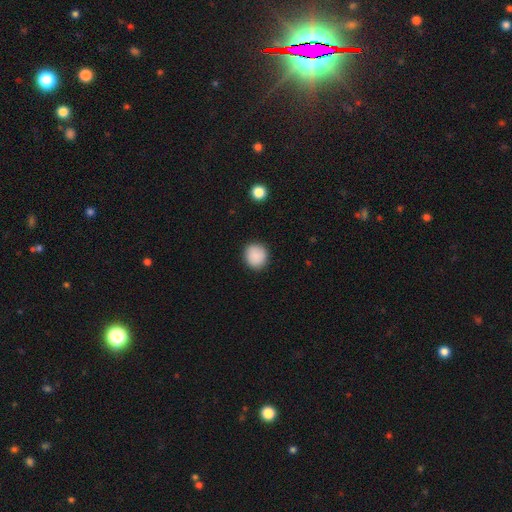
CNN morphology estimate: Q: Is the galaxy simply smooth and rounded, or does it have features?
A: smooth — 89%.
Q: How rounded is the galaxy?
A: round — 87%.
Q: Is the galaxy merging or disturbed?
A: none — 89%.